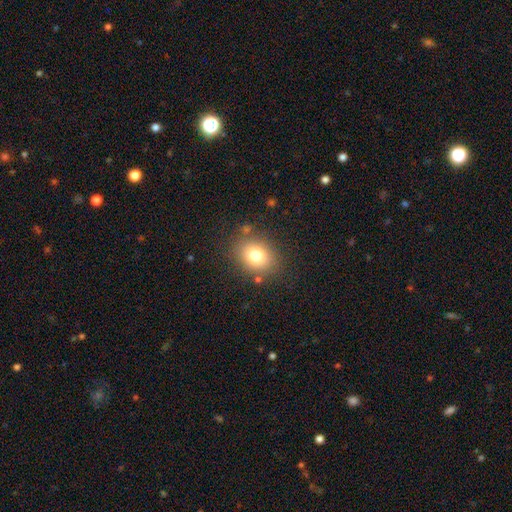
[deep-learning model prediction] Morphology: type=smooth (77%); roundness=round (52%); merging=none (81%).